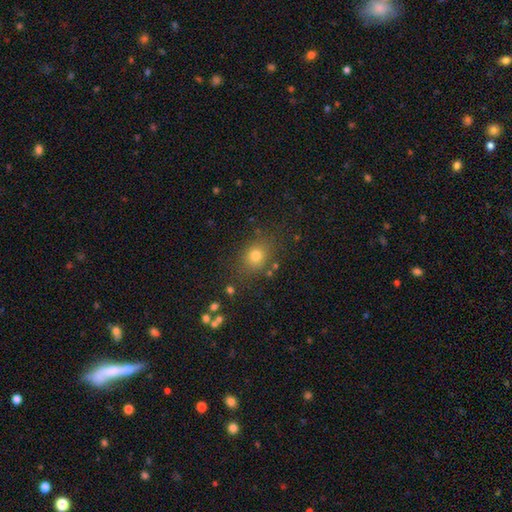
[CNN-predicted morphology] Smooth or featured: smooth — 76% (star or artifact — 16%)
How rounded: round — 66% (in between — 33%)
Merging: none — 80% (minor disturbance — 12%)